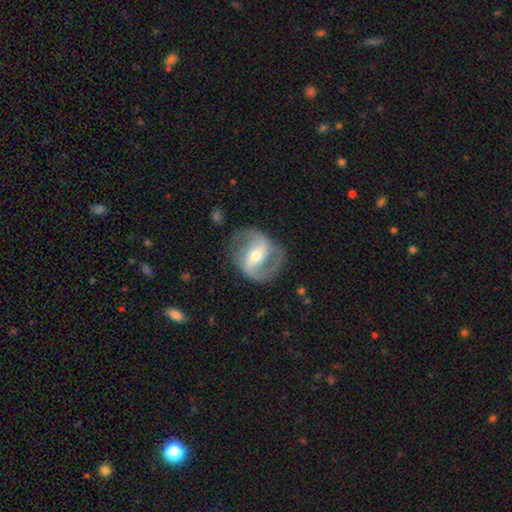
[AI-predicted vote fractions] featured or disk 85%, smooth 10%, star or artifact 5%. Down the decision tree: edge-on disk — no (97%); bar — strong (48%); spiral arms — yes (92%); spiral arm count — 2 (90%); spiral winding — medium (52%); bulge size — moderate (61%); merging — none (79%).